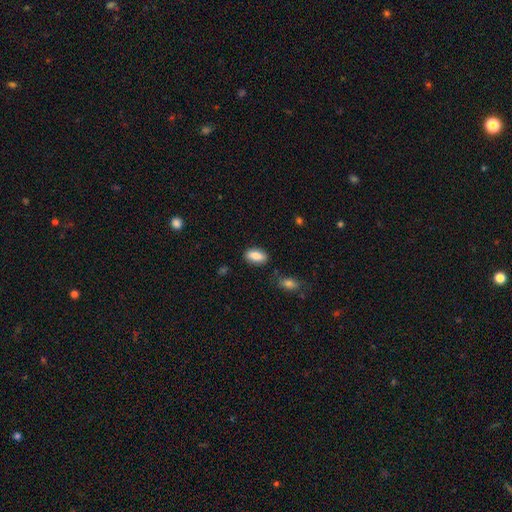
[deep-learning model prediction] smooth 83%, featured or disk 10%, star or artifact 7%. Down the decision tree: how rounded — in between (91%); merging — none (84%).